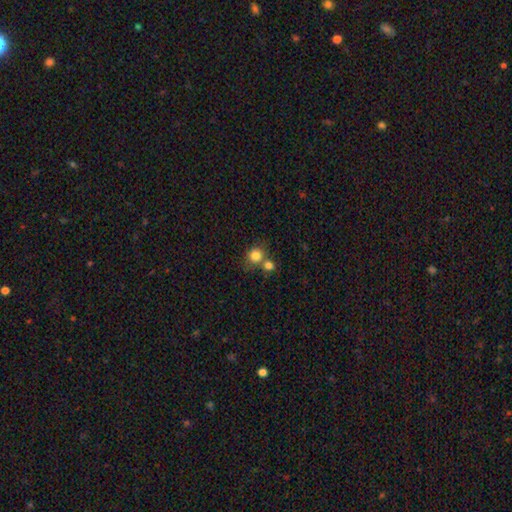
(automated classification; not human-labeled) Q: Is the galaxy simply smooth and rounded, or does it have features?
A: smooth — 82%.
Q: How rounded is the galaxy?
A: round — 86%.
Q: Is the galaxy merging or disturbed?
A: none — 53%.